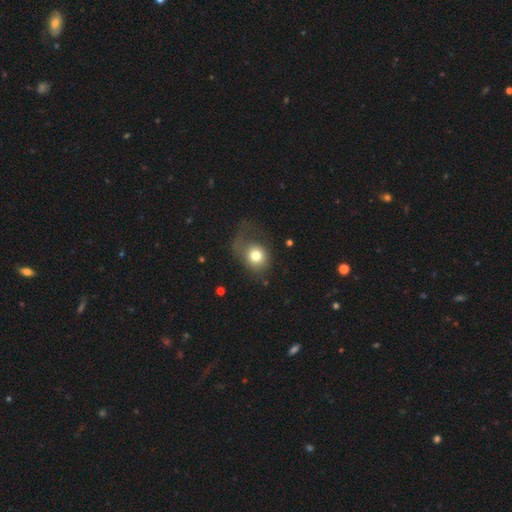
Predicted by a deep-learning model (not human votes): Smooth or featured? Predicted: smooth (p=0.73). How rounded? Predicted: round (p=0.65). Merging? Predicted: major disturbance (p=0.40).